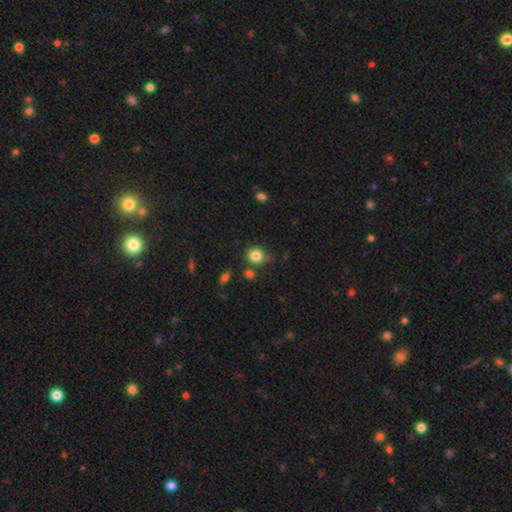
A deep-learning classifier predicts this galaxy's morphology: Q: Smooth or featured?
A: smooth (84%); runner-up: star or artifact (11%)
Q: How rounded?
A: round (83%); runner-up: in between (16%)
Q: Merging?
A: none (70%); runner-up: minor disturbance (18%)